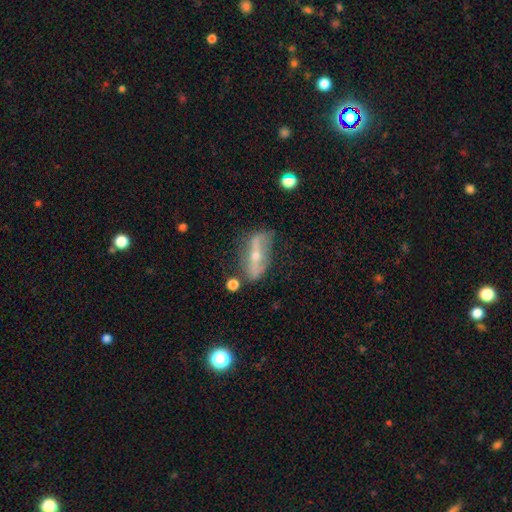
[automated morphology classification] Smooth or featured? Predicted: featured or disk (p=0.74). Edge-on disk? Predicted: no (p=0.65). Merging? Predicted: none (p=0.61).